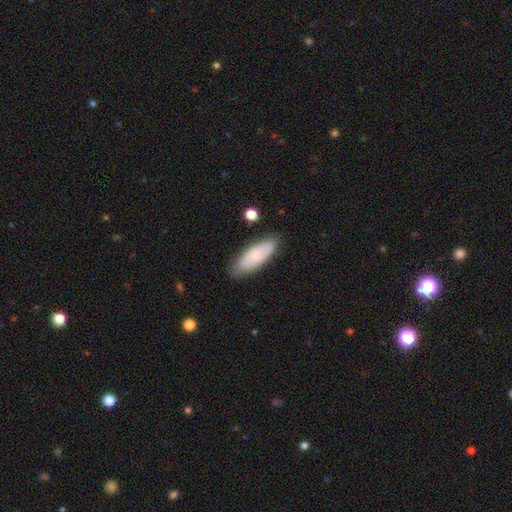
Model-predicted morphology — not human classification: A smooth galaxy with no disk features (72%) that is in between round and cigar-shaped (69%). Merging: none (81%).